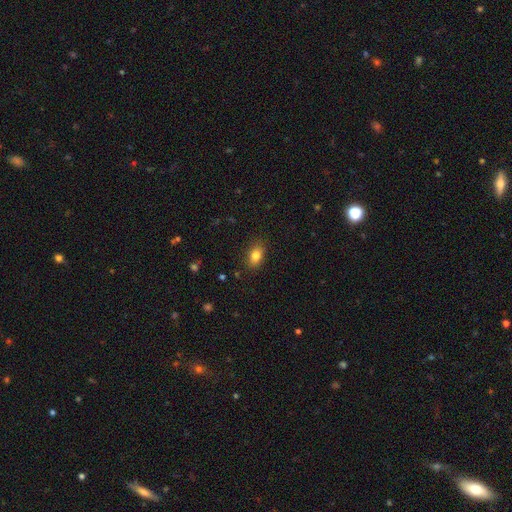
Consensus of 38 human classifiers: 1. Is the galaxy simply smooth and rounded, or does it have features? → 84% smooth, 11% featured or disk, 5% star or artifact.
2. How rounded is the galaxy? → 81% in between, 16% round, 3% cigar-shaped.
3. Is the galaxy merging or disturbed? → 89% none, 6% minor disturbance, 3% major disturbance, 3% merger.